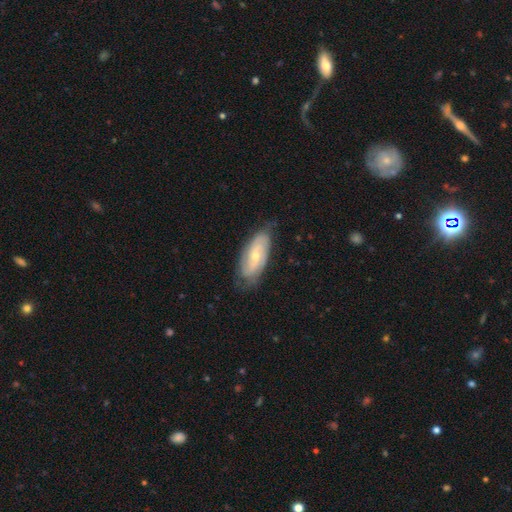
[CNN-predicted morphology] Smooth or featured? featured or disk (70%)
Edge-on disk? no (91%)
Bar? no (57%)
Spiral arms? yes (89%)
Spiral winding? tight (53%)
Spiral arm count? 2 (52%)
Bulge size? small (53%)
Merging? none (74%)